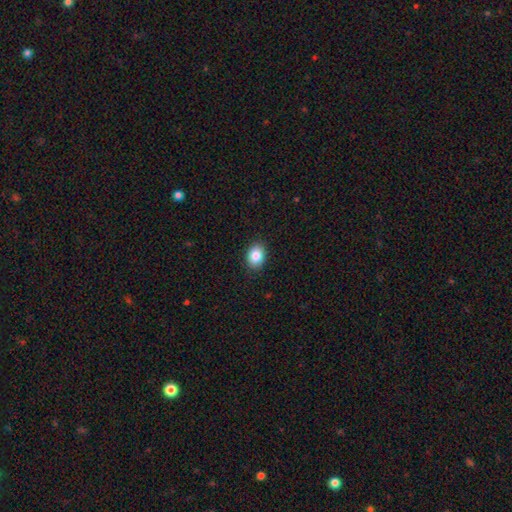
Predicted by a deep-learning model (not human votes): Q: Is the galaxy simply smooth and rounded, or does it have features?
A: smooth — 85%.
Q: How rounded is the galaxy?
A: in between — 67%.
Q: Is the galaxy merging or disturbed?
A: none — 89%.